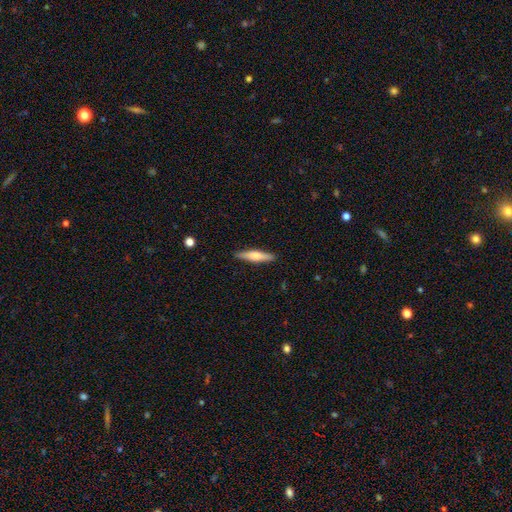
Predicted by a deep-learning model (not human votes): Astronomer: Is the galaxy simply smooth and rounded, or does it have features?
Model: smooth — 56% (runner-up: featured or disk, 38%).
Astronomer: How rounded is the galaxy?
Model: cigar-shaped — 83%.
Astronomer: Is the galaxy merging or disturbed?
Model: none — 90%.